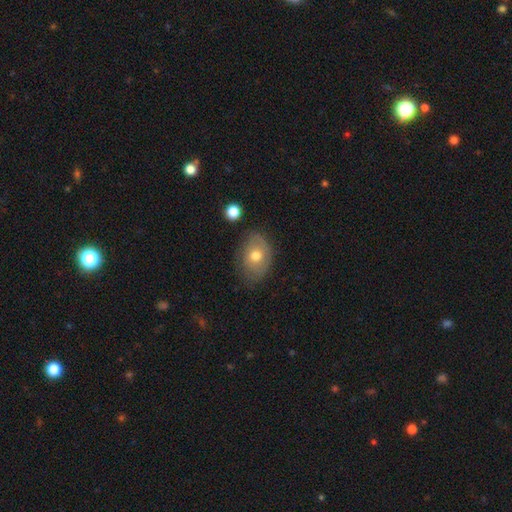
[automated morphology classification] type=smooth (58%); roundness=in between (72%); merging=none (62%).